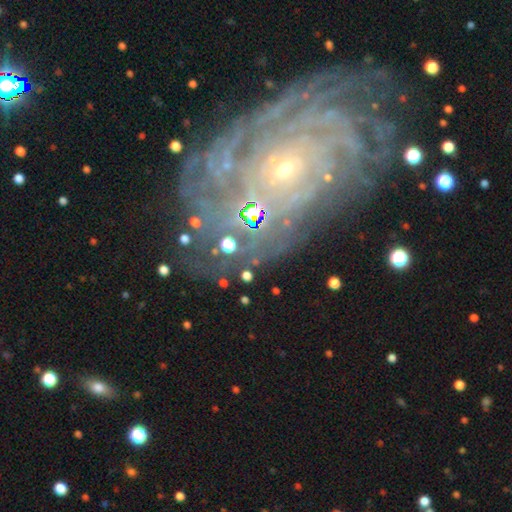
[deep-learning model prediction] This is clearly a featured or disk galaxy (85%). It is clearly not viewed edge-on (96%). Bar: likely no (77%). Spiral arm pattern: clearly yes (97%). Spiral arm count: marginally more than 4 (30%). Spiral winding: clearly tight (81%). Central bulge: clearly small (85%). Merging: likely none (76%).